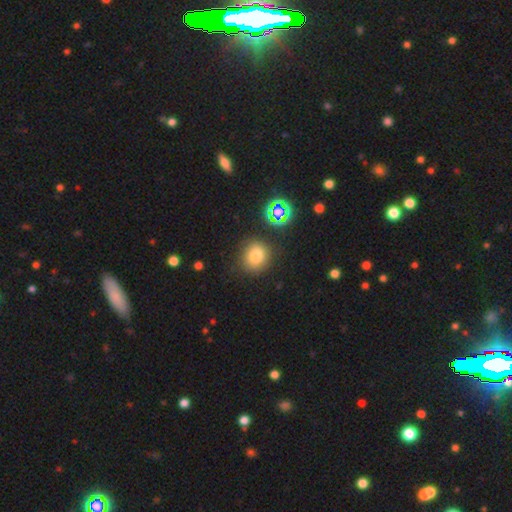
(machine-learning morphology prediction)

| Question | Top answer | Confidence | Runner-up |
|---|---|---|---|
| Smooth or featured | smooth | 75% | star or artifact (17%) |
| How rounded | round | 84% | in between (15%) |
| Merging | none | 82% | minor disturbance (11%) |